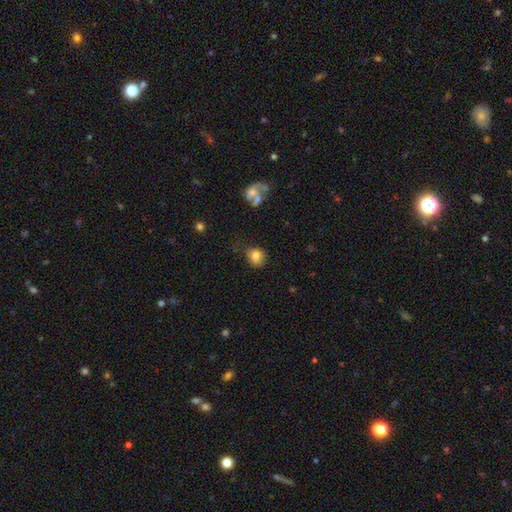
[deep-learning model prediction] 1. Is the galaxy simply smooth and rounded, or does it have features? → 80% smooth, 10% star or artifact, 10% featured or disk.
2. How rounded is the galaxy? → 75% round, 24% in between, 1% cigar-shaped.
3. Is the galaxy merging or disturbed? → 68% none, 21% minor disturbance, 8% major disturbance, 4% merger.